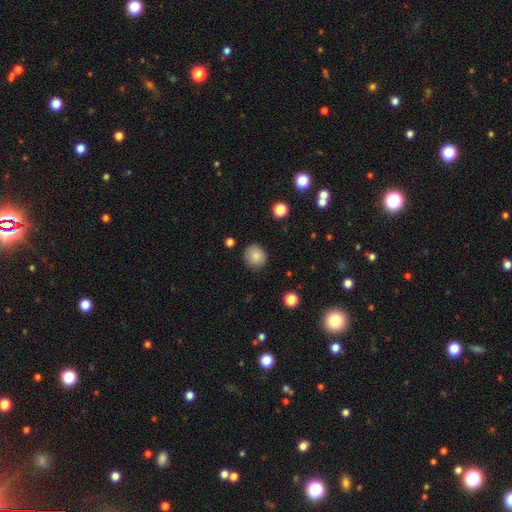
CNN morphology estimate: The model was most divided on "how rounded": round: 86%, in between: 13%, cigar-shaped: 1%. More confident: merging — none (86%); smooth or featured — smooth (85%).